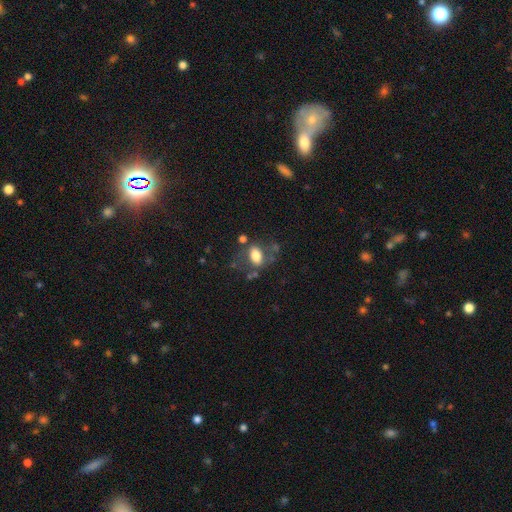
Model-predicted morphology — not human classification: This appears to be a smooth galaxy with no disk features (72%) that is in between round and cigar-shaped (84%). Merging: none (58%).